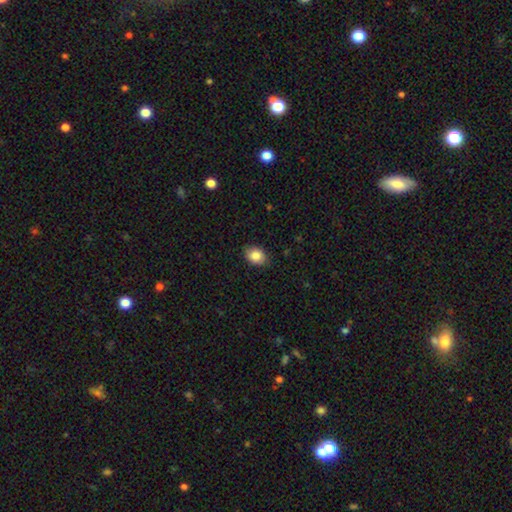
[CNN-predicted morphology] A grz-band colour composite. It shows a smooth galaxy with no disk features (86%) that is in between round and cigar-shaped (73%). Merging: none (86%).